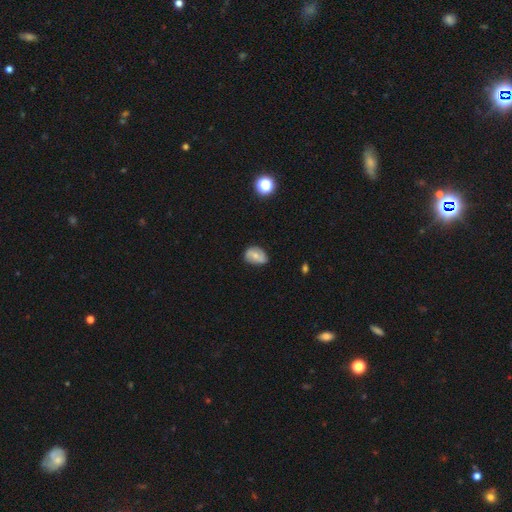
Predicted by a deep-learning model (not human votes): smooth 49%, featured or disk 43%, star or artifact 9%. Down the decision tree: merging — none (74%).